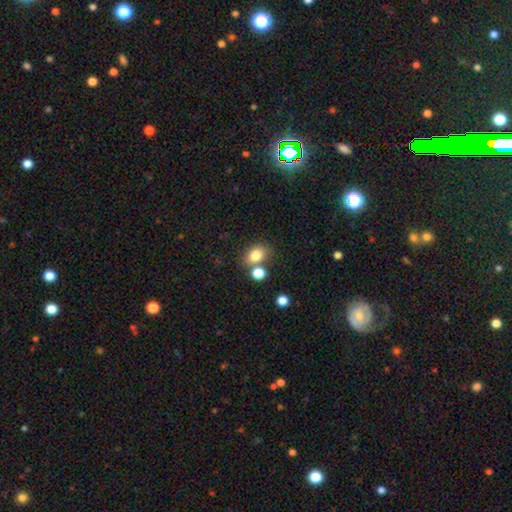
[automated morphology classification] A smooth galaxy with no disk features (81%) that is in between round and cigar-shaped (58%).

Vote fractions:
- Smooth or featured? smooth: 81% / star or artifact: 11% / featured or disk: 8%
- How rounded? in between: 58% / round: 41% / cigar-shaped: 1%
- Merging? none: 62% / merger: 22% / minor disturbance: 12% / major disturbance: 4%